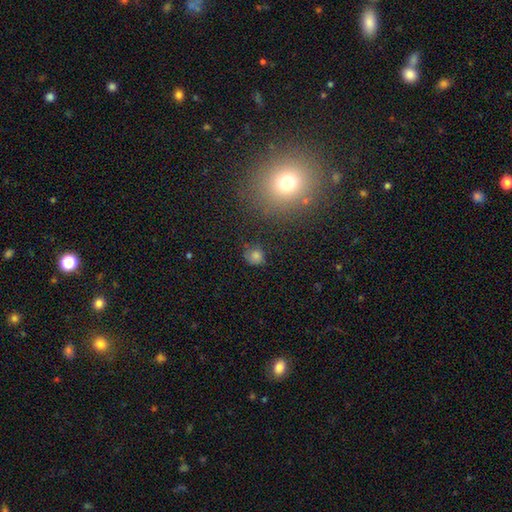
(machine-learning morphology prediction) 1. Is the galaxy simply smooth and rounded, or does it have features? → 68% smooth, 18% star or artifact, 14% featured or disk.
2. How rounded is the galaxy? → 77% round, 21% in between, 1% cigar-shaped.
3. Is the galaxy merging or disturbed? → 63% none, 22% minor disturbance, 11% major disturbance, 3% merger.